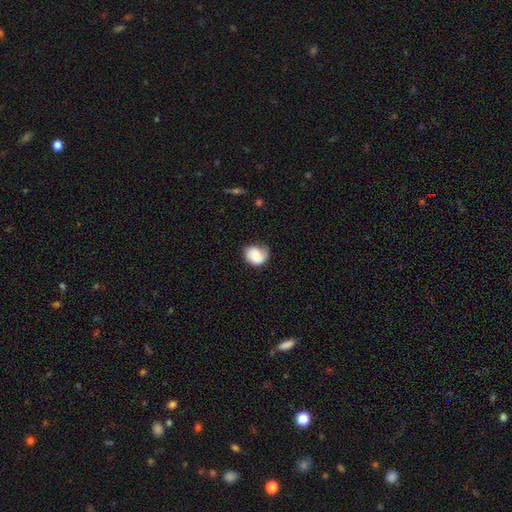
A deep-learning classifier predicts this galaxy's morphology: smooth 69%, featured or disk 23%, star or artifact 8%. Down the decision tree: how rounded — round (58%); merging — none (43%).